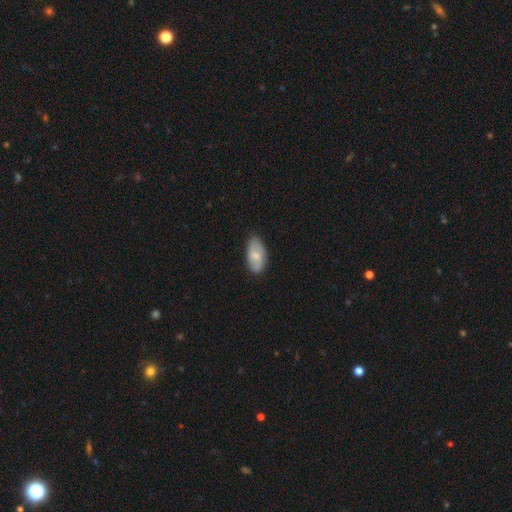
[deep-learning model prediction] smooth 69%, featured or disk 25%, star or artifact 6%. Down the decision tree: how rounded — in between (93%); merging — none (74%).